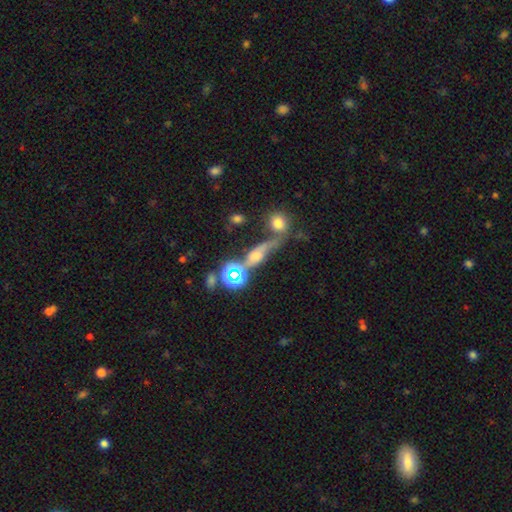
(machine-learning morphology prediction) smooth_or_featured: smooth (p=0.36) [tied with: featured or disk p=0.36]
merging: none (p=0.46) [alt: merger p=0.24]